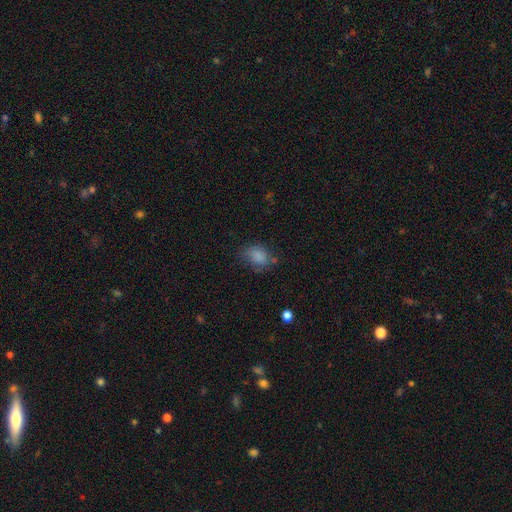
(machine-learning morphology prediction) smooth-or-featured: smooth: 82% | star or artifact: 11% | featured or disk: 8%
  how-rounded: in between: 64% | round: 34% | cigar-shaped: 1%
  merging: none: 61% | minor disturbance: 26% | major disturbance: 10% | merger: 3%